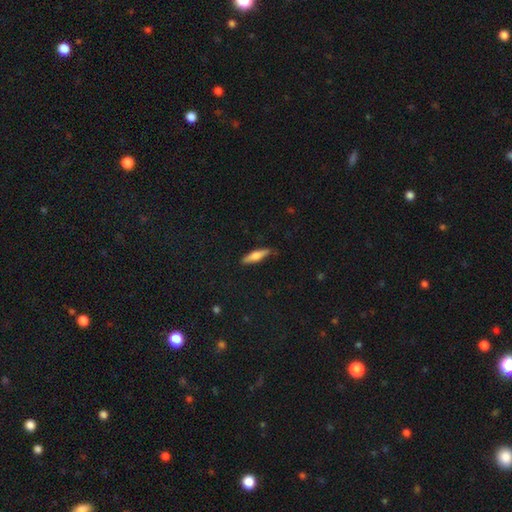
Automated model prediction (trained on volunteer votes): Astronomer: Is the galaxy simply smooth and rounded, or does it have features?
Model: smooth — 57% (runner-up: featured or disk, 37%).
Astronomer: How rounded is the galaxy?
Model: cigar-shaped — 76%.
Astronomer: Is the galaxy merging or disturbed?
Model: none — 85%.